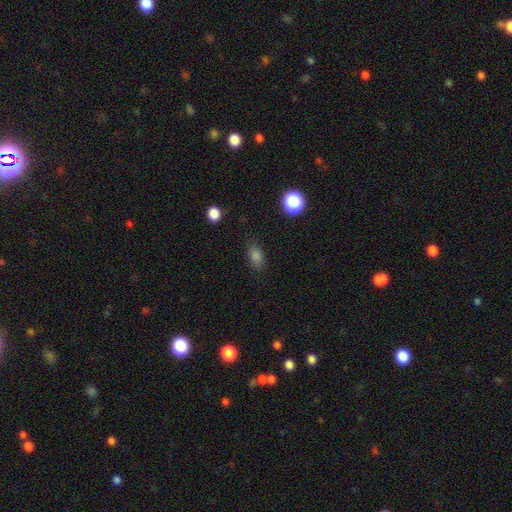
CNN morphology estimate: A smooth galaxy with no disk features (81%) that is in between round and cigar-shaped (81%).

Vote fractions:
- Smooth or featured? smooth: 81% / star or artifact: 14% / featured or disk: 6%
- How rounded? in between: 81% / round: 15% / cigar-shaped: 4%
- Merging? none: 83% / minor disturbance: 13% / major disturbance: 3% / merger: 1%